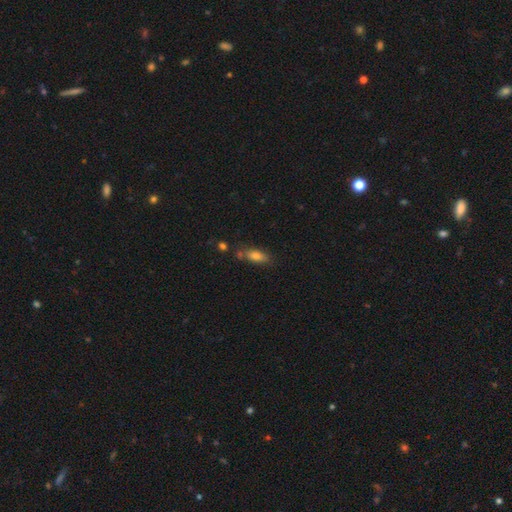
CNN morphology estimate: The model was most divided on "merging": none: 63%, minor disturbance: 18%, merger: 14%, major disturbance: 5%. More confident: smooth or featured — smooth (78%); how rounded — in between (74%).